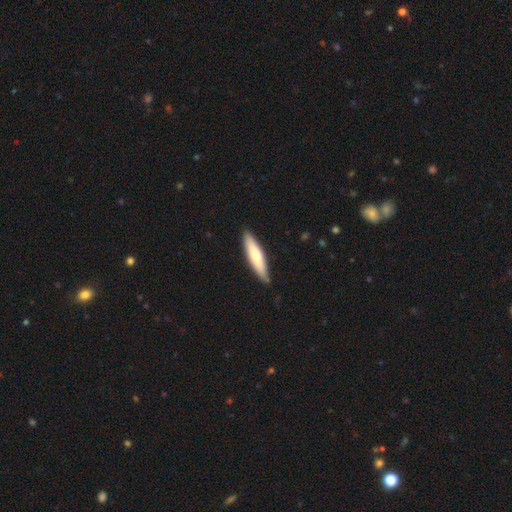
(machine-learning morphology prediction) smooth_or_featured: smooth (p=0.65) [alt: featured or disk p=0.30]
how_rounded: cigar-shaped (p=0.79) [alt: in between p=0.20]
merging: none (p=0.86) [alt: minor disturbance p=0.11]